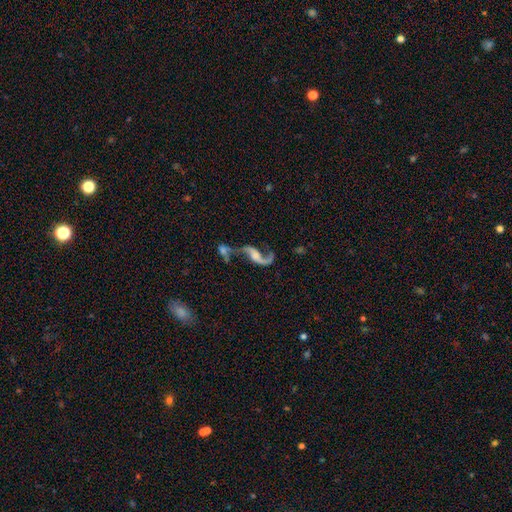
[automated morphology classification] A featured or disk galaxy (84%) with no bar (48%), 2 (86%) loose (88%) spiral arms (92%) and no central bulge (32%).

Vote fractions:
- Smooth or featured? featured or disk: 84% / smooth: 9% / star or artifact: 7%
- Edge-on disk? no: 95% / yes: 5%
- Bar? no: 48% / weak: 37% / strong: 15%
- Spiral arms? yes: 92% / no: 8%
- Spiral winding? loose: 88% / medium: 10% / tight: 2%
- Spiral arm count? 2: 86% / 1: 10% / can't tell: 2% / 3: 1% / 4: 1% / more than 4: 1%
- Bulge size? none: 32% / moderate: 27% / small: 26% / large: 12% / dominant: 2%
- Merging? merger: 42% / none: 32% / major disturbance: 15% / minor disturbance: 11%